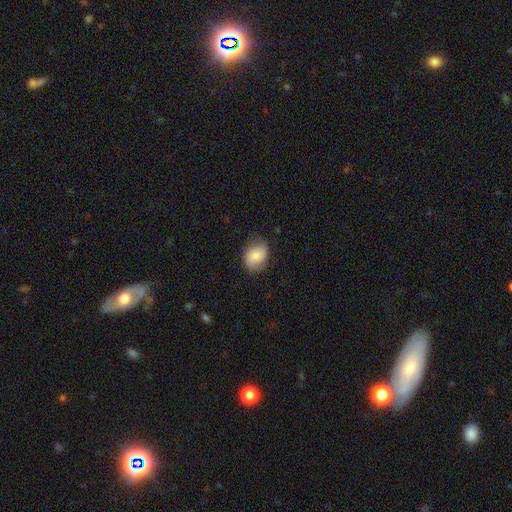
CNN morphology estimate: This is likely a smooth galaxy (78%). How rounded: likely in between (63%). Merging: likely none (72%).